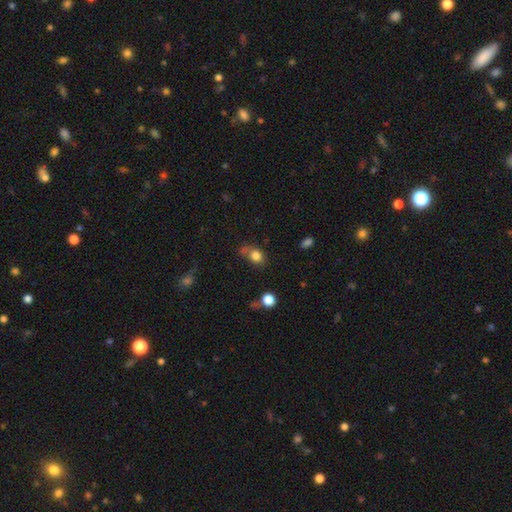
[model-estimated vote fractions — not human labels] Smooth or featured? Predicted: smooth (p=0.80). How rounded? Predicted: round (p=0.55). Merging? Predicted: none (p=0.55).